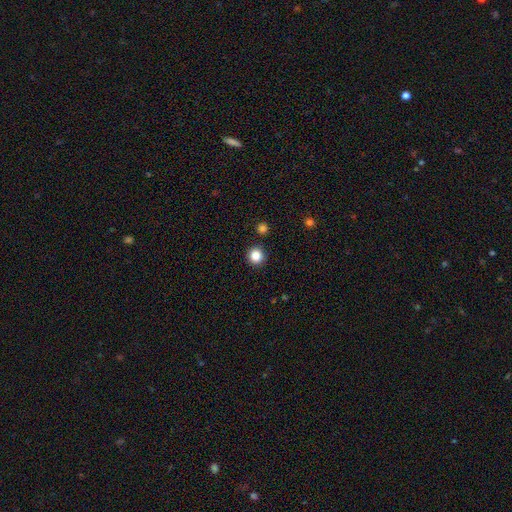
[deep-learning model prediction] A smooth galaxy with no disk features (85%) that is round (93%).

Vote fractions:
- Smooth or featured? smooth: 85% / star or artifact: 11% / featured or disk: 4%
- How rounded? round: 93% / in between: 6% / cigar-shaped: 1%
- Merging? none: 91% / minor disturbance: 5% / merger: 2% / major disturbance: 2%